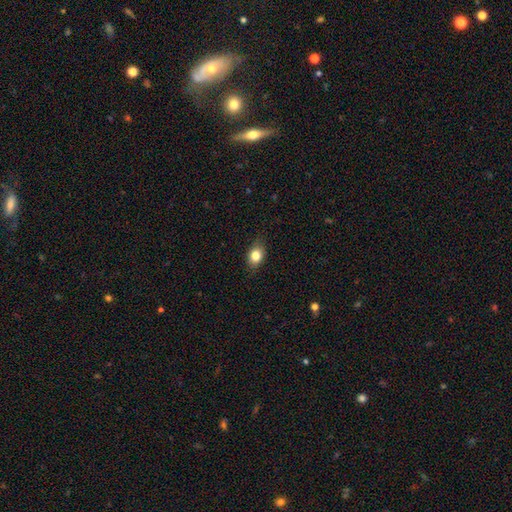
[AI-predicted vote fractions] Morphology: type=smooth (81%); roundness=in between (66%); merging=none (81%).